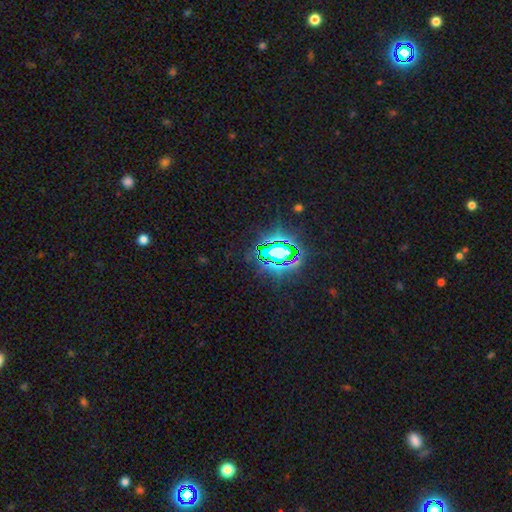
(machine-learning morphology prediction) Q: Smooth or featured?
A: star or artifact (80%); runner-up: smooth (12%)